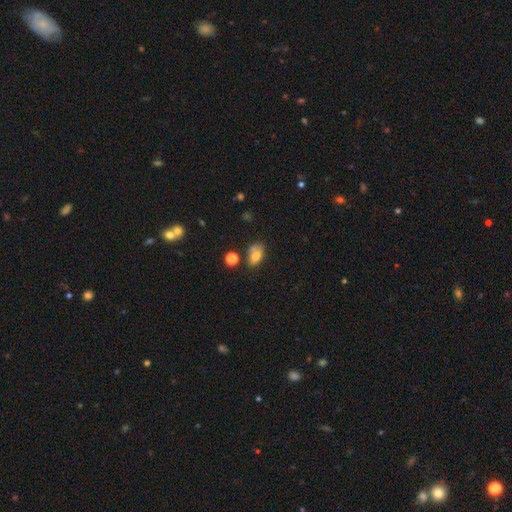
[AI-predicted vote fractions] Smooth or featured? smooth (75%)
How rounded? in between (84%)
Merging? none (52%)